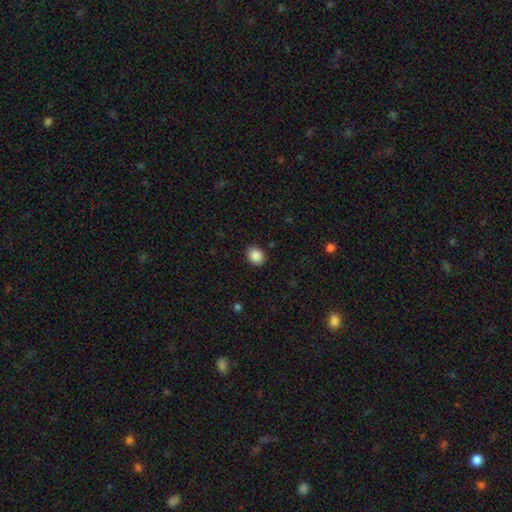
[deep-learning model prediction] Smooth or featured: smooth — 89% (star or artifact — 9%)
How rounded: round — 66% (in between — 33%)
Merging: none — 89% (minor disturbance — 8%)